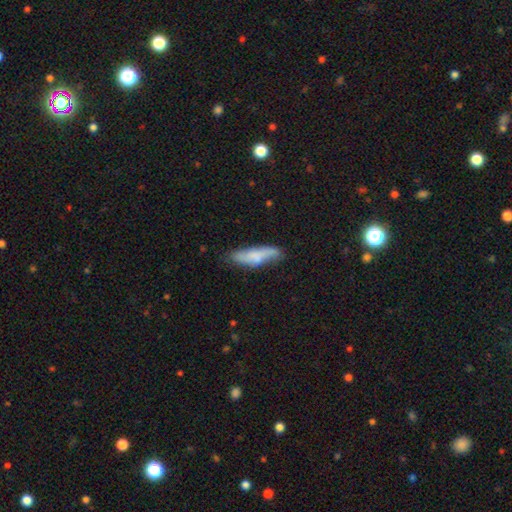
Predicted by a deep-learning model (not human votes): Morphology: type=smooth (65%); roundness=cigar-shaped (63%); merging=none (62%).